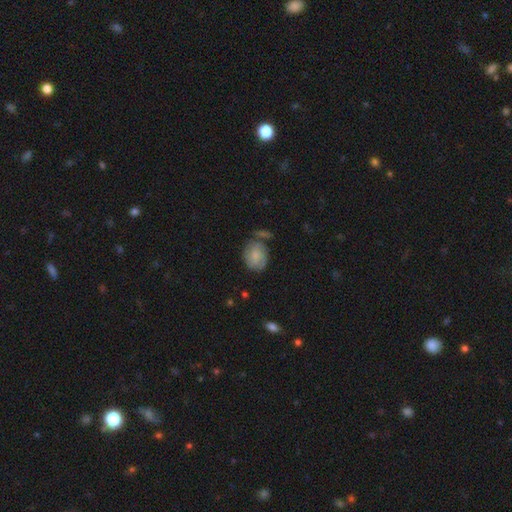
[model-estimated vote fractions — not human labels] smooth-or-featured: smooth: 64% | featured or disk: 29% | star or artifact: 7%
  how-rounded: in between: 50% | round: 48% | cigar-shaped: 1%
  merging: none: 55% | minor disturbance: 24% | merger: 13% | major disturbance: 9%